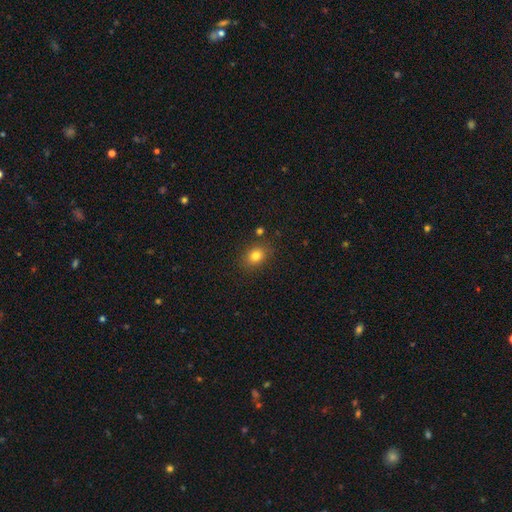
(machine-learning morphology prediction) A smooth galaxy with no disk features (81%) that is in between round and cigar-shaped (58%). Merging: none (83%).